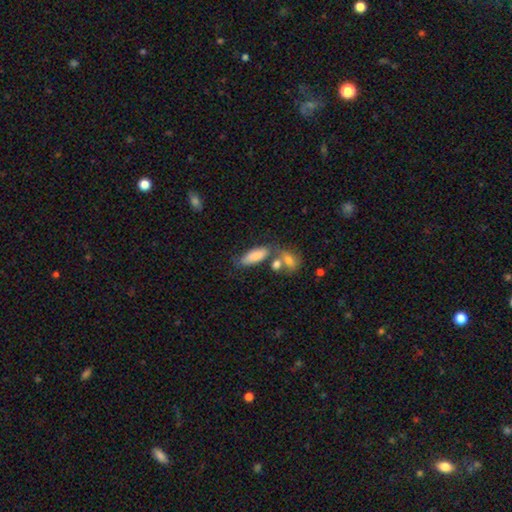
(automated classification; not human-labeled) smooth 79%, featured or disk 13%, star or artifact 8%. Down the decision tree: how rounded — in between (68%); merging — none (51%).